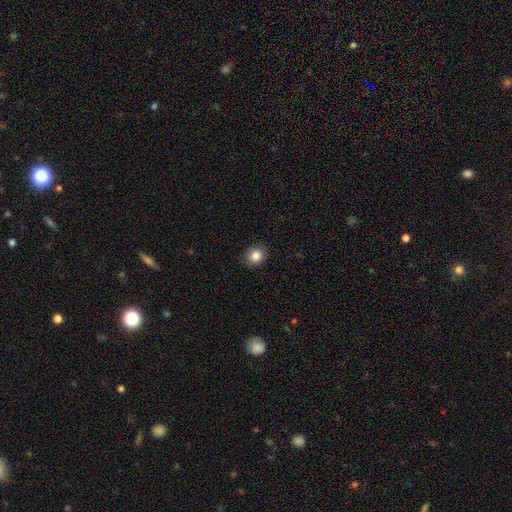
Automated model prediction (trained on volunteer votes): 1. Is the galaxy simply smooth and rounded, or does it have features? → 85% smooth, 10% star or artifact, 5% featured or disk.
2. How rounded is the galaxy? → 86% round, 13% in between, 1% cigar-shaped.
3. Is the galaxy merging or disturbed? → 91% none, 6% minor disturbance, 2% major disturbance, 1% merger.